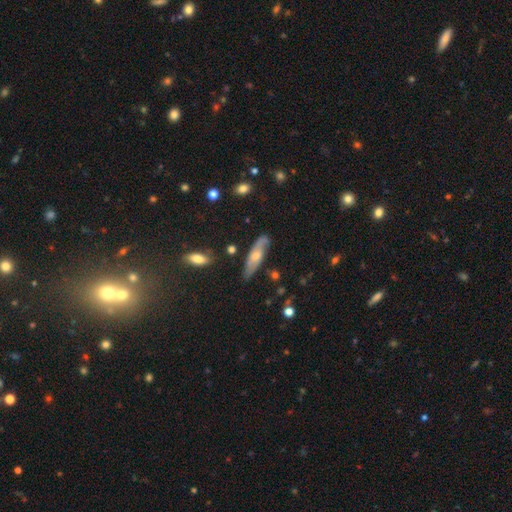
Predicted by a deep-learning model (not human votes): A featured or disk galaxy (51%). Merging: none (72%).